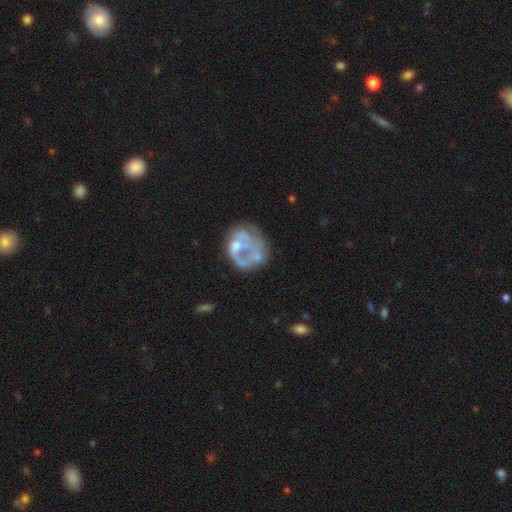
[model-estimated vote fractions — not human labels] smooth-or-featured: featured or disk: 60% | smooth: 31% | star or artifact: 9%
  disk-edge-on: no: 98% | yes: 2%
    bar: no: 86% | weak: 11% | strong: 3%
    has-spiral-arms: no: 79% | yes: 21%
    bulge-size: none: 49% | moderate: 28% | small: 17% | large: 5% | dominant: 2%
  merging: none: 36% | major disturbance: 34% | minor disturbance: 17% | merger: 12%